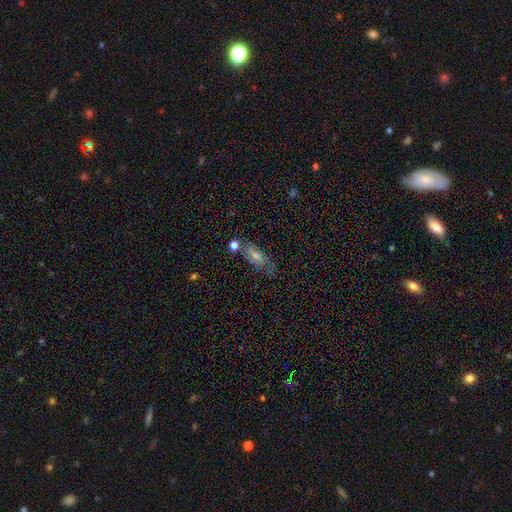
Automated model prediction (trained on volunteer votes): Smooth or featured? Predicted: smooth (p=0.46). Merging? Predicted: none (p=0.66).